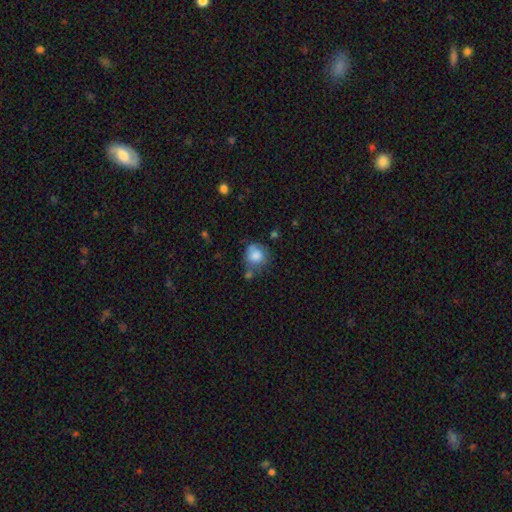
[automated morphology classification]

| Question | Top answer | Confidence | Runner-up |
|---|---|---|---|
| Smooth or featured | smooth | 79% | featured or disk (13%) |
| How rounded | round | 76% | in between (23%) |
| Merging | none | 49% | minor disturbance (27%) |